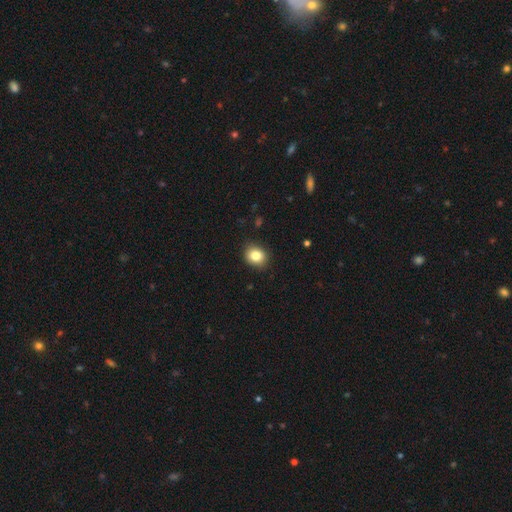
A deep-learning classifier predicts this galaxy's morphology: type=smooth (83%); roundness=round (65%); merging=none (88%).